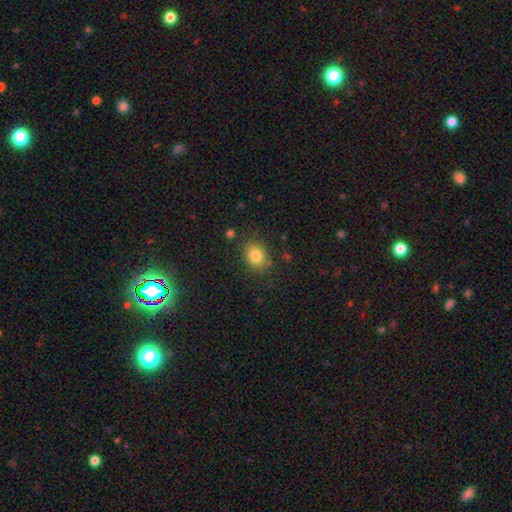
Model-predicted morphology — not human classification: smooth 82%, star or artifact 10%, featured or disk 8%. Down the decision tree: how rounded — in between (53%); merging — none (80%).